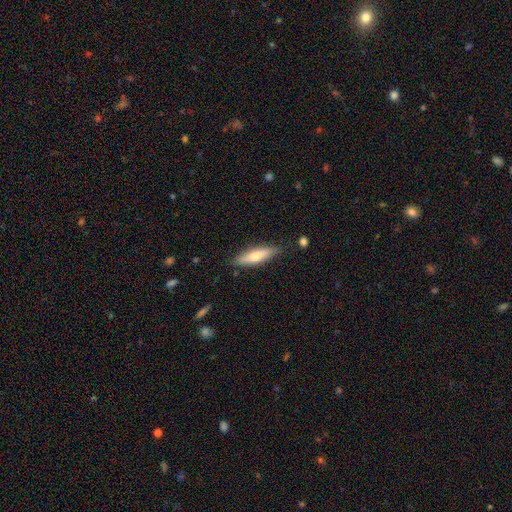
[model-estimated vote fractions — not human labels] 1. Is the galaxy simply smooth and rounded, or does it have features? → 62% smooth, 32% featured or disk, 6% star or artifact.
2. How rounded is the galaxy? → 69% cigar-shaped, 30% in between, 2% round.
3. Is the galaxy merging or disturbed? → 86% none, 11% minor disturbance, 2% major disturbance, 2% merger.